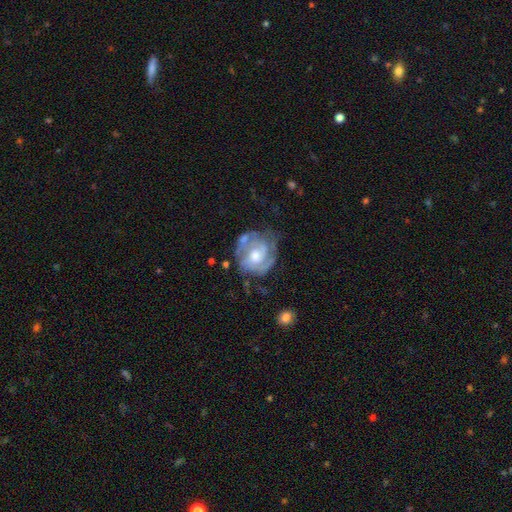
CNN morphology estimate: featured or disk 80%, smooth 15%, star or artifact 5%. Down the decision tree: edge-on disk — no (98%); bar — no (65%); spiral arms — yes (88%); spiral arm count — 2 (41%); spiral winding — tight (57%); bulge size — moderate (63%); merging — none (54%).